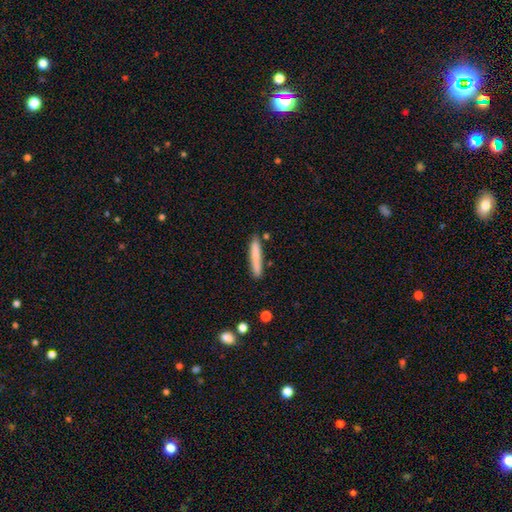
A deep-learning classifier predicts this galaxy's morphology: This is likely a smooth galaxy (80%). How rounded: clearly cigar-shaped (93%). Merging: clearly none (83%).